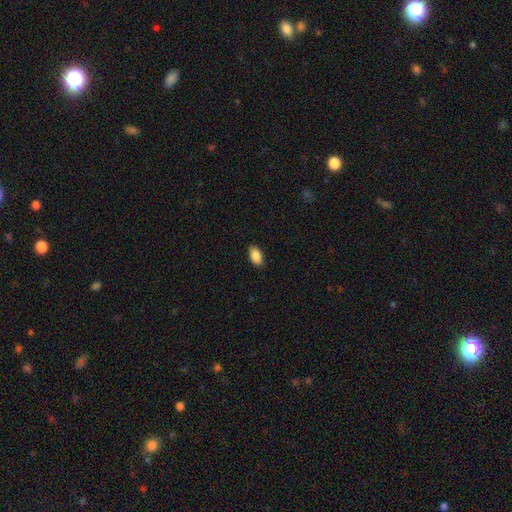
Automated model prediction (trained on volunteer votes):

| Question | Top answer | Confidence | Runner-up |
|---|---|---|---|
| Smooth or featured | smooth | 88% | star or artifact (7%) |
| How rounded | in between | 93% | round (5%) |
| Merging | none | 89% | minor disturbance (8%) |